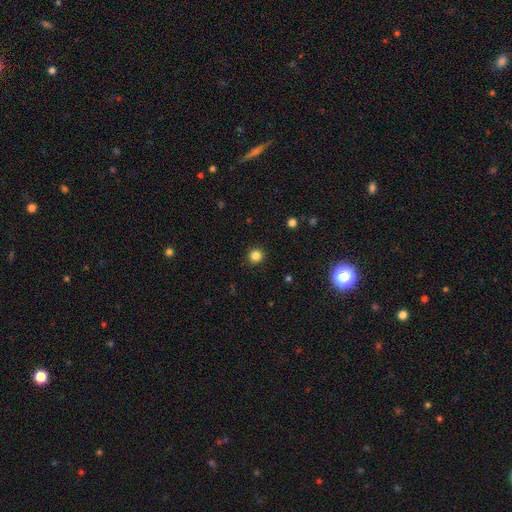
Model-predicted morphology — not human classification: Smooth or featured?
  - smooth: 83% *
  - star or artifact: 13%
  - featured or disk: 4%
How rounded?
  - round: 94% *
  - in between: 5%
  - cigar-shaped: 1%
Merging?
  - none: 92% *
  - minor disturbance: 5%
  - major disturbance: 2%
  - merger: 1%